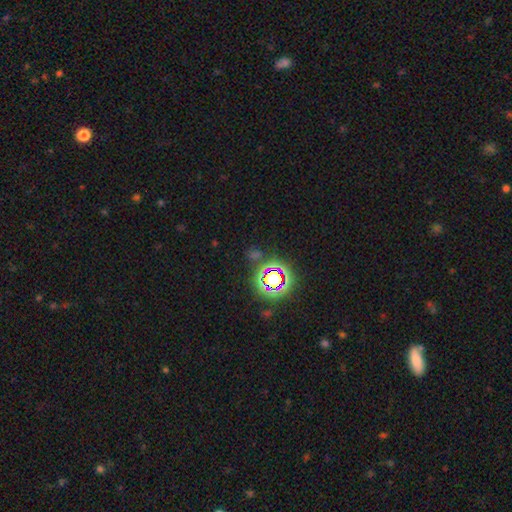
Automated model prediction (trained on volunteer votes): Smooth or featured? star or artifact (71%)